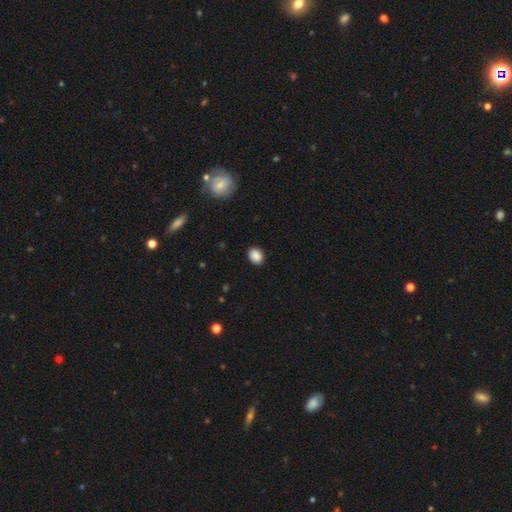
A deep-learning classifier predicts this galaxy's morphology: A smooth galaxy with no disk features (88%) that is in between round and cigar-shaped (51%). Merging: none (89%).